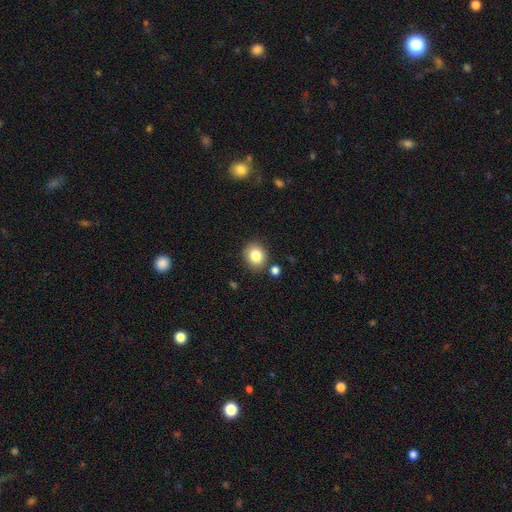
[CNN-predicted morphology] Q: Smooth or featured?
A: smooth (82%); runner-up: star or artifact (10%)
Q: How rounded?
A: round (74%); runner-up: in between (26%)
Q: Merging?
A: none (83%); runner-up: minor disturbance (10%)